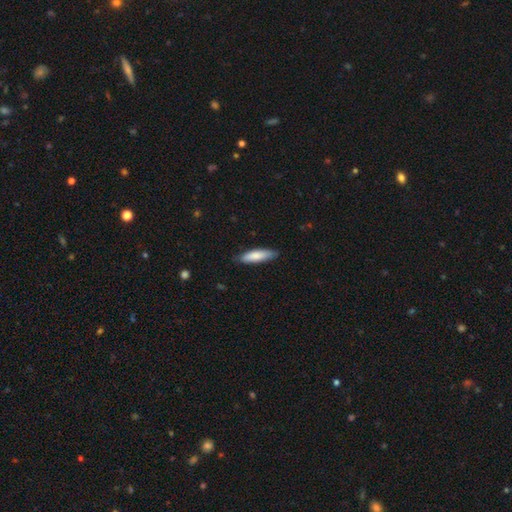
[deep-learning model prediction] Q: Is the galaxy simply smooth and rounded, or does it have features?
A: smooth — 80%.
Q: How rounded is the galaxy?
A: cigar-shaped — 60%.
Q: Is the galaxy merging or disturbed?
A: none — 82%.